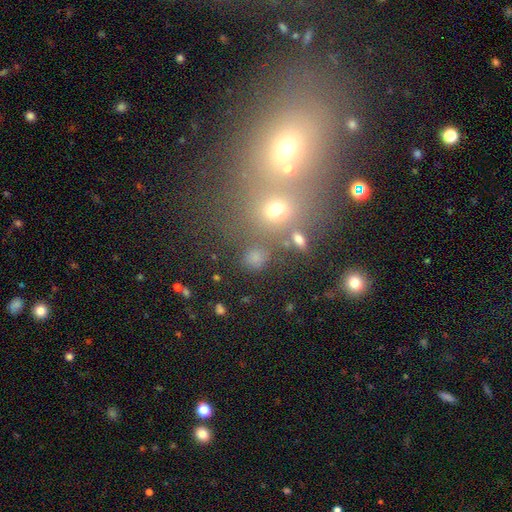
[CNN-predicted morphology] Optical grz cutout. It shows a smooth galaxy with no disk features (65%) that is round (78%). Merging: none (72%).